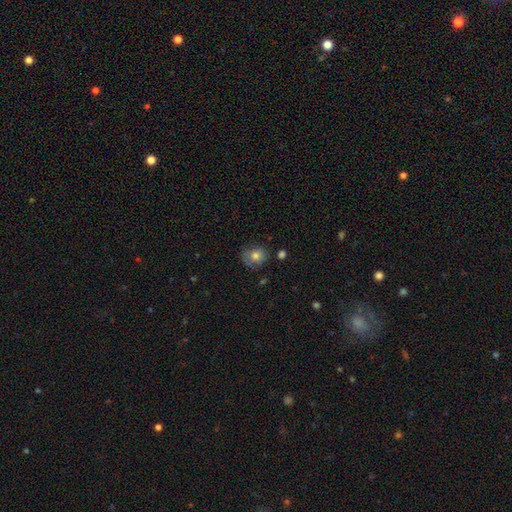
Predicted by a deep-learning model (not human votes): The model was most divided on "how rounded": round: 66%, in between: 33%, cigar-shaped: 1%. More confident: smooth or featured — smooth (74%); merging — none (62%).